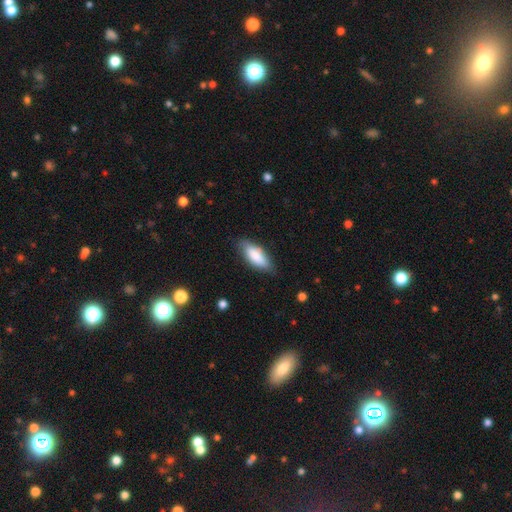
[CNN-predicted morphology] smooth_or_featured: smooth (p=0.83) [alt: featured or disk p=0.11]
how_rounded: in between (p=0.75) [alt: cigar-shaped p=0.23]
merging: none (p=0.80) [alt: minor disturbance p=0.16]